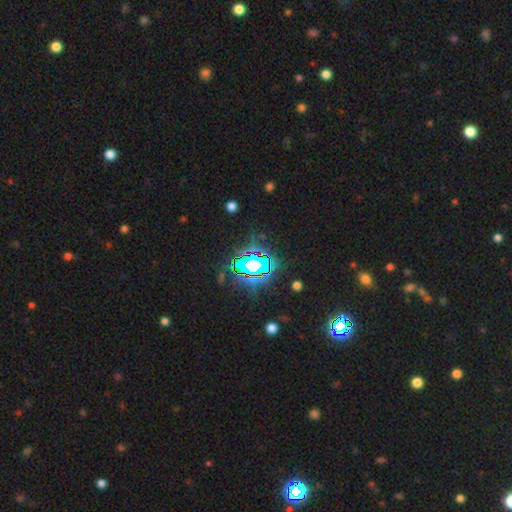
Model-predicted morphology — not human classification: Smooth or featured? Predicted: star or artifact (p=0.81).